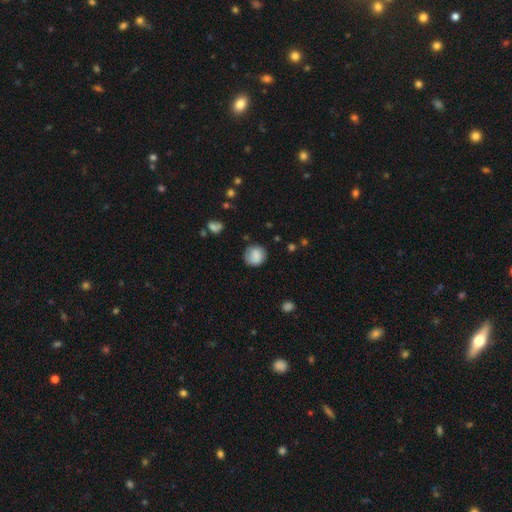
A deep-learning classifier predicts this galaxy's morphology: The model was most divided on "merging": none: 76%, minor disturbance: 17%, major disturbance: 5%, merger: 2%. More confident: how rounded — round (85%); smooth or featured — smooth (83%).